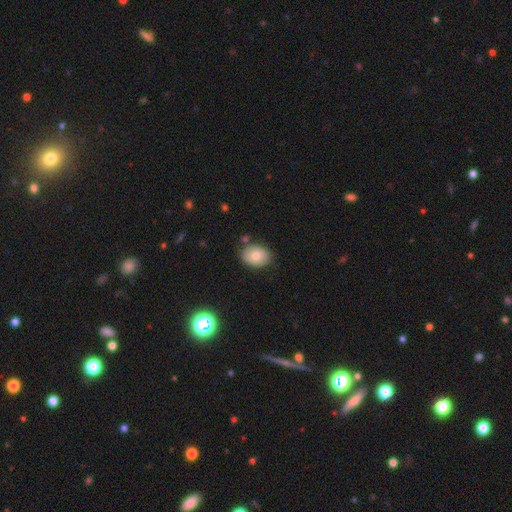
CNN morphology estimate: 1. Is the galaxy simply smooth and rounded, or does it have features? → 76% smooth, 15% featured or disk, 8% star or artifact.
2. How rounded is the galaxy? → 63% in between, 36% round, 1% cigar-shaped.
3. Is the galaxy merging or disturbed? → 80% none, 13% minor disturbance, 4% merger, 3% major disturbance.